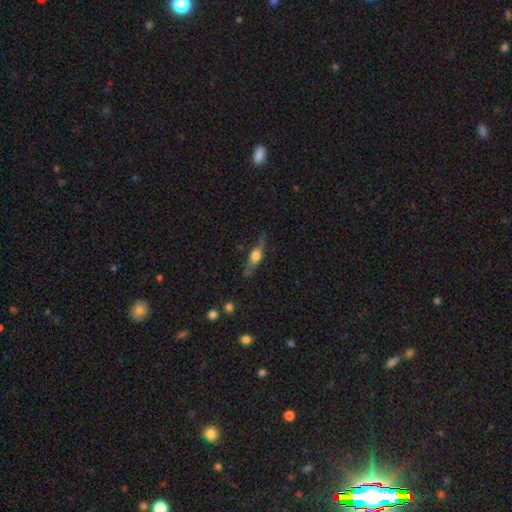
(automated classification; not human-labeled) A featured or disk galaxy (63%) viewed edge-on (92%) with a rounded central bulge (92%). Merging: none (79%).